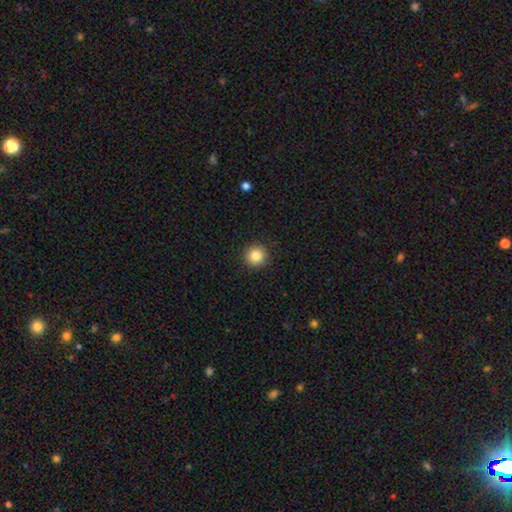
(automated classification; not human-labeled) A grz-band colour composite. It shows a smooth galaxy with no disk features (85%) that is round (95%). Merging: none (92%).